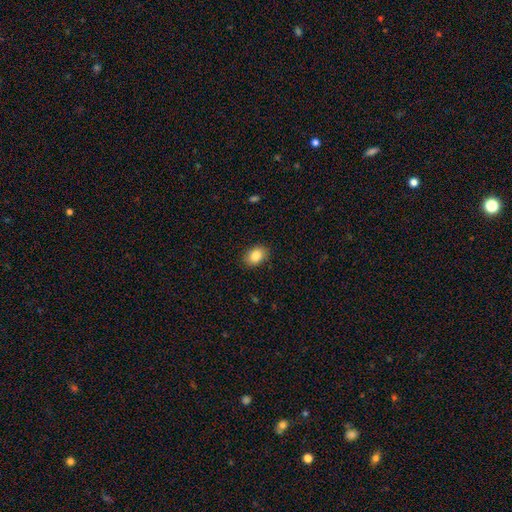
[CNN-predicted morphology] A smooth galaxy with no disk features (86%) that is in between round and cigar-shaped (76%).

Vote fractions:
- Smooth or featured? smooth: 86% / star or artifact: 8% / featured or disk: 6%
- How rounded? in between: 76% / round: 23% / cigar-shaped: 1%
- Merging? none: 88% / minor disturbance: 9% / major disturbance: 2% / merger: 1%